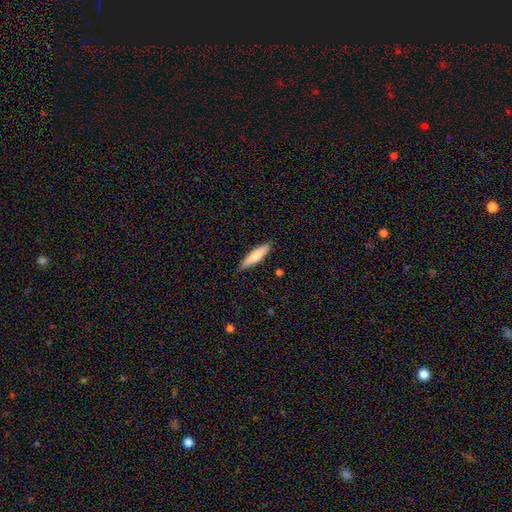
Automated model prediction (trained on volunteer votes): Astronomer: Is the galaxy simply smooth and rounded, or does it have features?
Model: smooth — 75%.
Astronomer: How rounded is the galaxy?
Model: cigar-shaped — 73%.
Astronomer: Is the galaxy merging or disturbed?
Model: none — 88%.